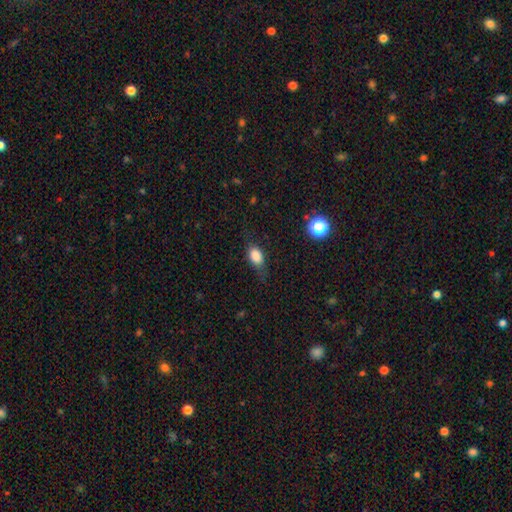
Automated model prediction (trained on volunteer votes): Smooth or featured? smooth (80%)
How rounded? in between (78%)
Merging? none (63%)